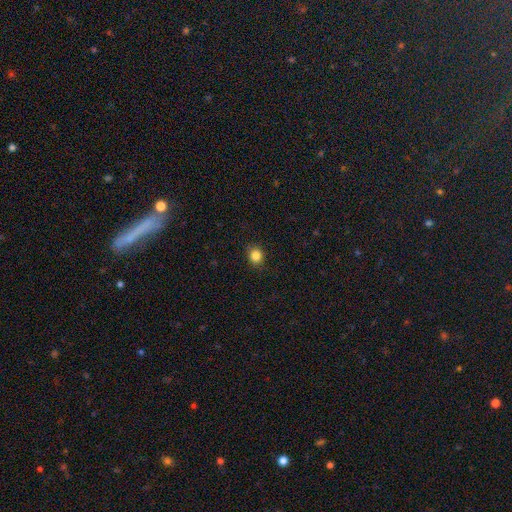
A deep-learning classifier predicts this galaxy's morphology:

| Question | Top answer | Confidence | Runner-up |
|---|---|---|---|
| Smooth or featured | smooth | 84% | star or artifact (11%) |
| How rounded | round | 79% | in between (20%) |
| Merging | none | 89% | minor disturbance (8%) |